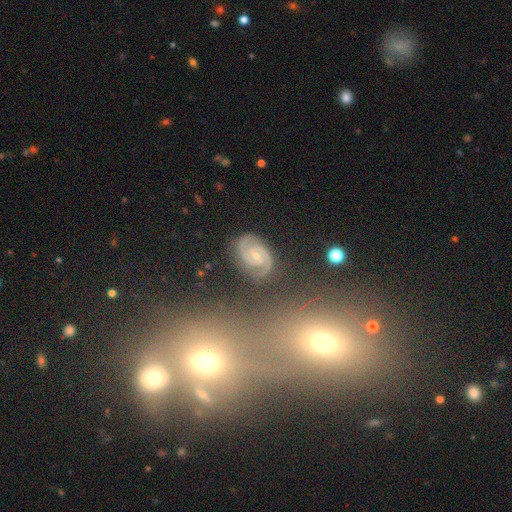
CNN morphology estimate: type=featured or disk (88%); edge-on=no (98%); bar=no (54%); spiral arms=yes (98%); winding=tight (47%); arm count=2 (86%); bulge=small (67%); merging=none (80%).